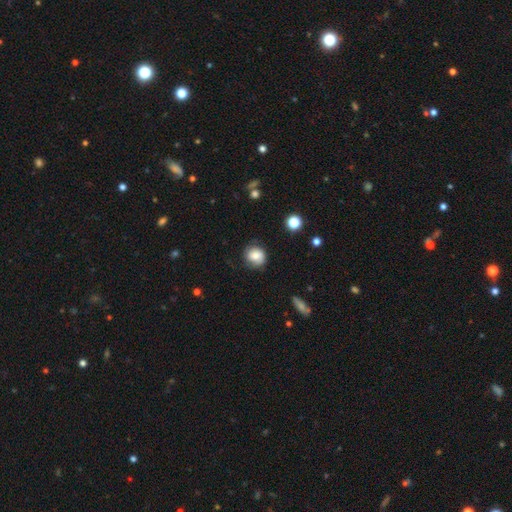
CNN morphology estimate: Overall: smooth (64%; featured or disk 27%). How rounded: round (80%). Merging: none (71%).